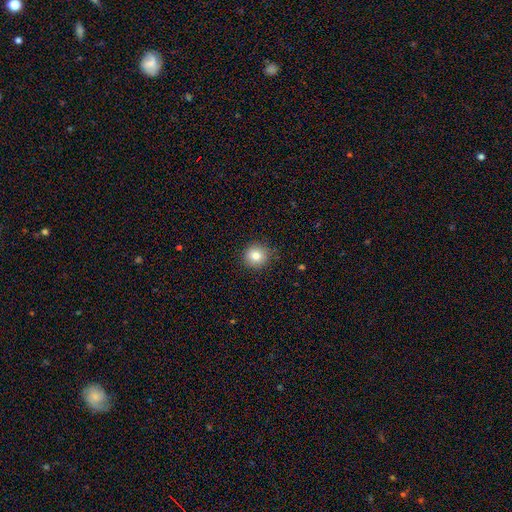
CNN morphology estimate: This appears to be a smooth galaxy with no disk features (82%) that is round (92%). Merging: none (88%).